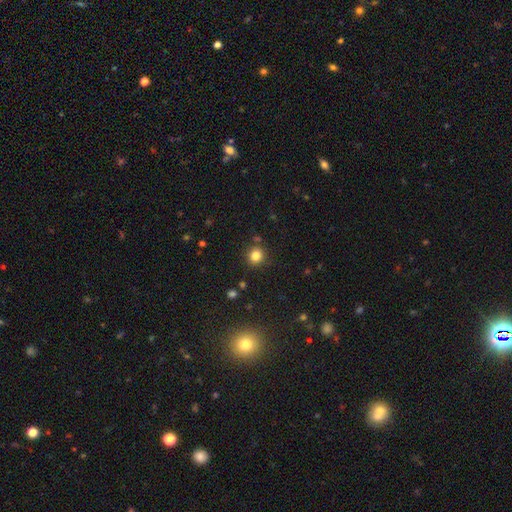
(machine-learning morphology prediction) A smooth galaxy with no disk features (81%) that is round (90%).

Vote fractions:
- Smooth or featured? smooth: 81% / star or artifact: 13% / featured or disk: 6%
- How rounded? round: 90% / in between: 9% / cigar-shaped: 1%
- Merging? none: 86% / minor disturbance: 8% / merger: 4% / major disturbance: 2%